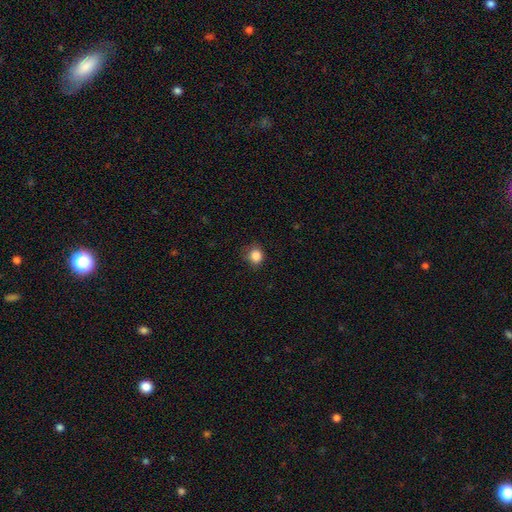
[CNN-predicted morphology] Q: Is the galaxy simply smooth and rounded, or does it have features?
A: smooth — 86%.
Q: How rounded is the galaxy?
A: round — 84%.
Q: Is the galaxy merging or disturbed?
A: none — 75%.